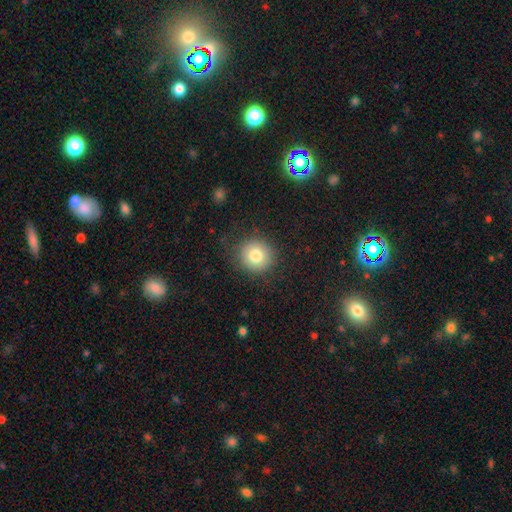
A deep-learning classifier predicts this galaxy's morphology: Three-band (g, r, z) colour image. It shows a smooth galaxy with no disk features (80%) that is round (91%). Merging: none (84%).